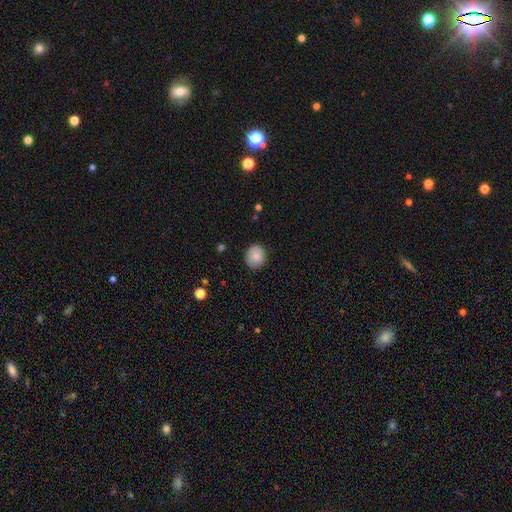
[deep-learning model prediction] Smooth or featured? Predicted: smooth (p=0.84). How rounded? Predicted: round (p=0.78). Merging? Predicted: none (p=0.86).